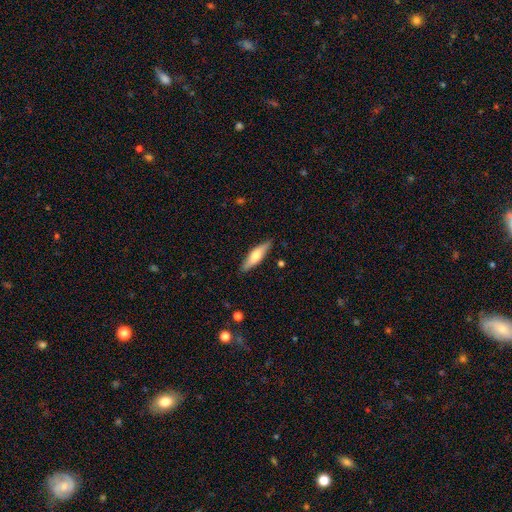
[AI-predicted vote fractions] Smooth or featured? smooth (55%)
How rounded? cigar-shaped (66%)
Merging? none (85%)